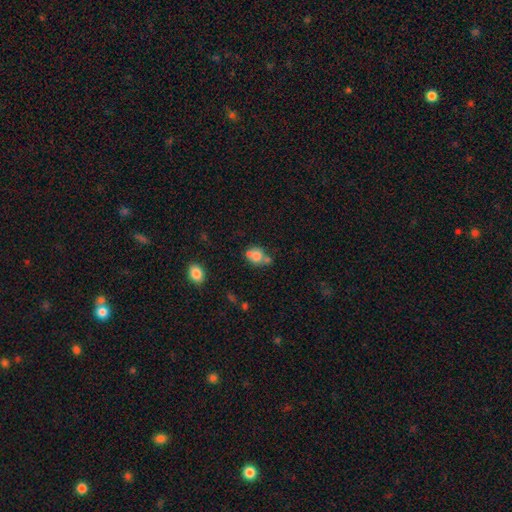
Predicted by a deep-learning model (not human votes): smooth 73%, featured or disk 16%, star or artifact 11%. Down the decision tree: how rounded — round (64%); merging — none (43%).